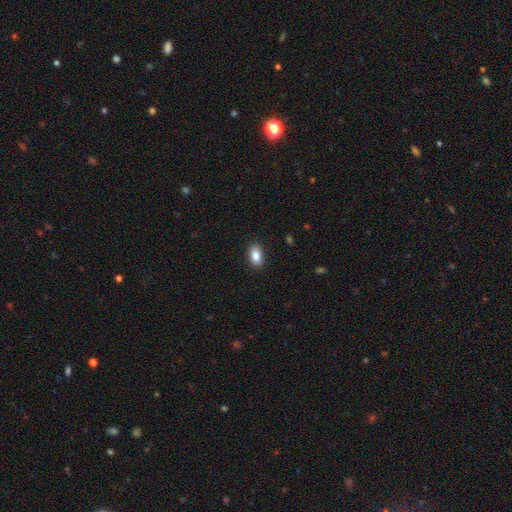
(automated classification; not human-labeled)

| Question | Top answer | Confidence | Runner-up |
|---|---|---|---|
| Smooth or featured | smooth | 87% | star or artifact (8%) |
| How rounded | in between | 91% | round (7%) |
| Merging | none | 89% | minor disturbance (8%) |